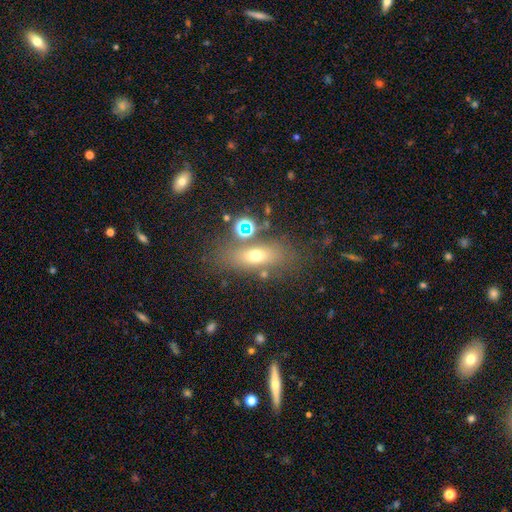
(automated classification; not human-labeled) Morphology: type=smooth (61%); roundness=in between (64%); merging=none (70%).